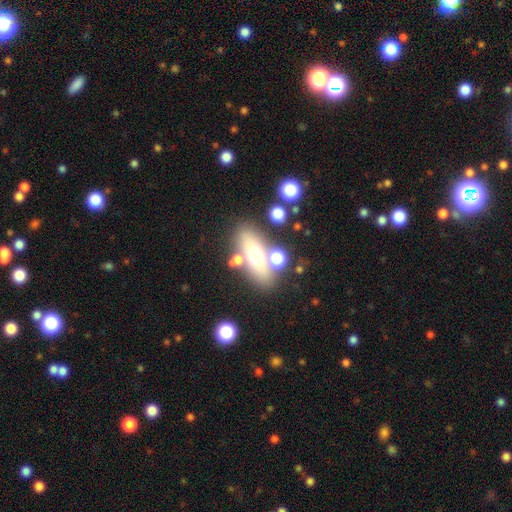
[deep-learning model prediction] Smooth or featured? smooth (53%)
How rounded? in between (65%)
Merging? none (69%)